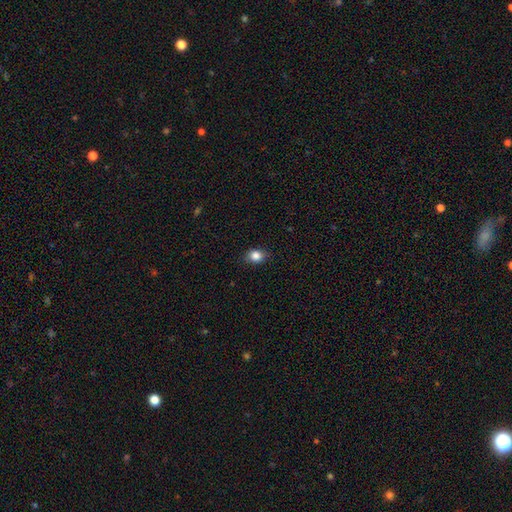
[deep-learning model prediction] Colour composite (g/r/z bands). It shows a smooth galaxy with no disk features (84%) that is round (54%). Merging: none (85%).